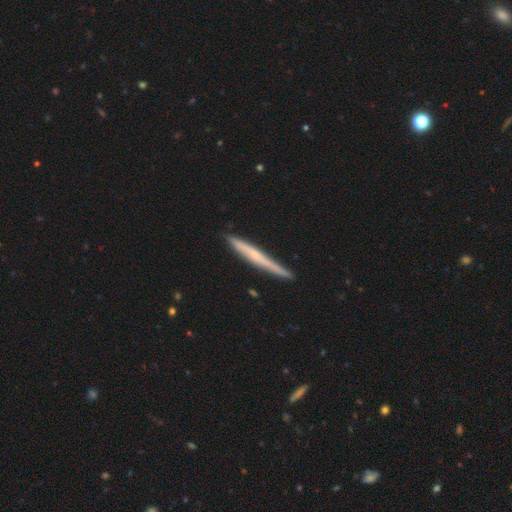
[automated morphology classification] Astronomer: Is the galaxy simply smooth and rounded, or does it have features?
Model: featured or disk — 55% (runner-up: smooth, 39%).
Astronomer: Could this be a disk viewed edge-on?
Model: yes — 96%.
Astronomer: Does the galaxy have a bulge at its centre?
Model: none — 60% (runner-up: rounded, 35%).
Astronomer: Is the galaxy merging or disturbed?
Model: none — 85%.